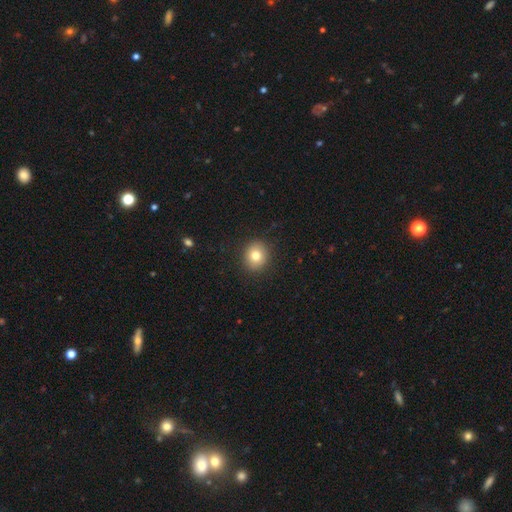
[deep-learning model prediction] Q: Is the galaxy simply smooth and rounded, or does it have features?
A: smooth — 79%.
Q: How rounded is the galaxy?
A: round — 77%.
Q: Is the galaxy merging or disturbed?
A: none — 90%.